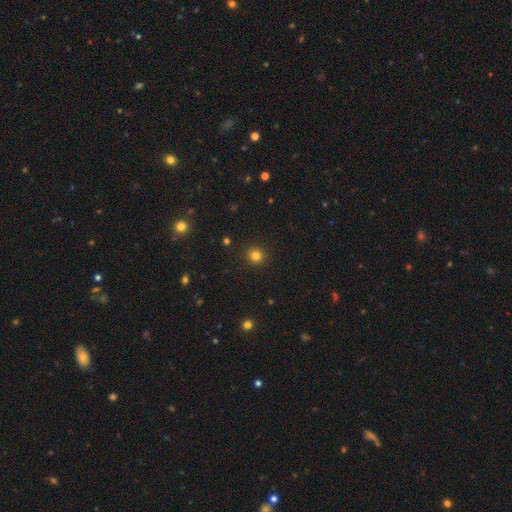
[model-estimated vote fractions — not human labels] smooth 81%, star or artifact 14%, featured or disk 5%. Down the decision tree: how rounded — round (89%); merging — none (92%).